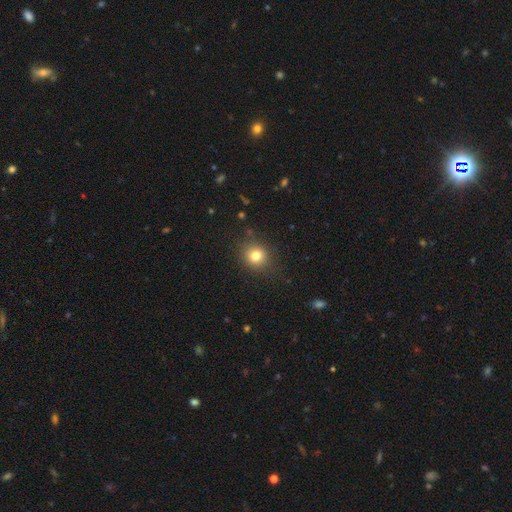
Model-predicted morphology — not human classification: type=smooth (79%); roundness=round (83%); merging=none (86%).